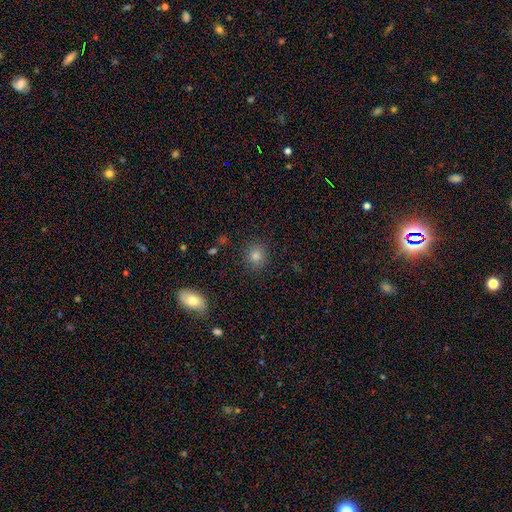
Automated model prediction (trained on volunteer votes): smooth_or_featured: smooth (p=0.80) [alt: star or artifact p=0.13]
how_rounded: round (p=0.77) [alt: in between p=0.22]
merging: none (p=0.89) [alt: minor disturbance p=0.07]